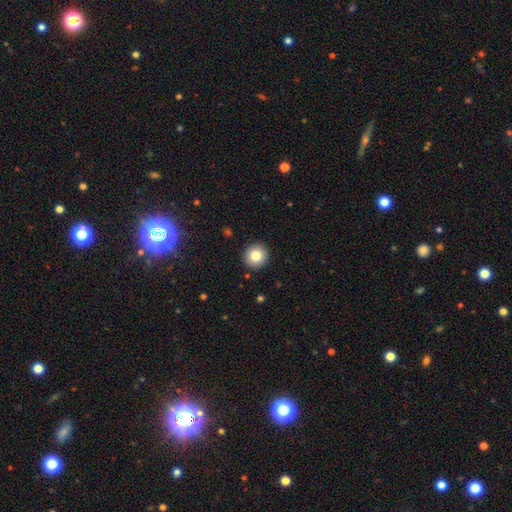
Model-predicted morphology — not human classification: smooth_or_featured: smooth (p=0.83) [alt: star or artifact p=0.09]
how_rounded: round (p=0.94) [alt: in between p=0.05]
merging: none (p=0.92) [alt: minor disturbance p=0.05]